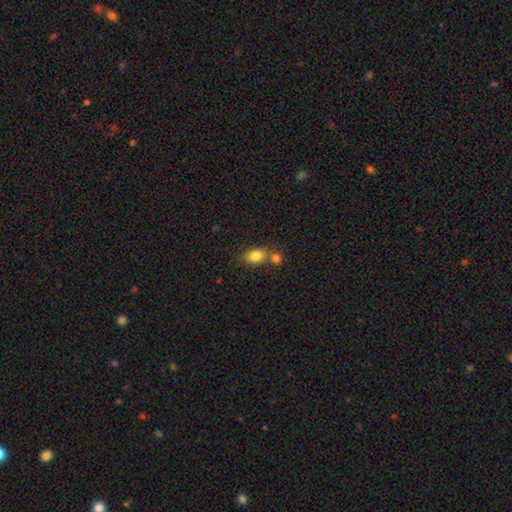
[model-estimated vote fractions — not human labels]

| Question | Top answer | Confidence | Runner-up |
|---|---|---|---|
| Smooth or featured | smooth | 84% | star or artifact (9%) |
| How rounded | in between | 66% | round (33%) |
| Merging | none | 48% | merger (38%) |